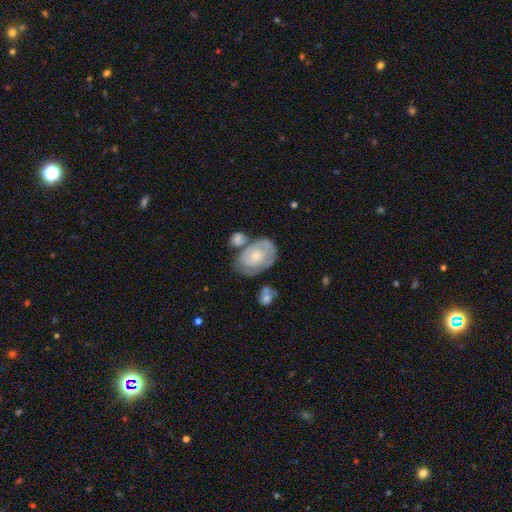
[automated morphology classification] Q: Smooth or featured?
A: featured or disk (62%); runner-up: smooth (32%)
Q: Edge-on disk?
A: no (96%); runner-up: yes (4%)
Q: Bar?
A: no (83%); runner-up: weak (14%)
Q: Spiral arms?
A: yes (64%); runner-up: no (36%)
Q: Bulge size?
A: small (47%); runner-up: moderate (45%)
Q: Merging?
A: none (48%); runner-up: minor disturbance (23%)